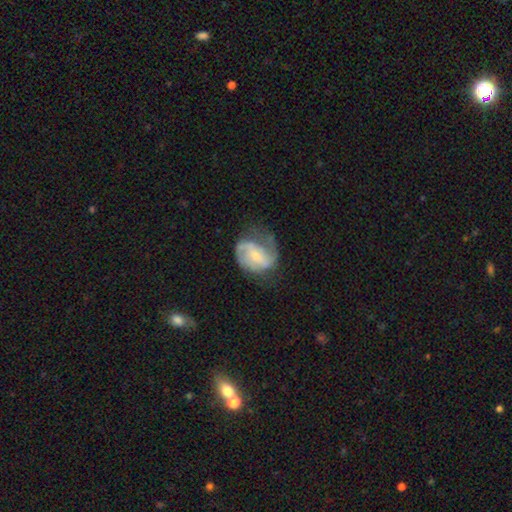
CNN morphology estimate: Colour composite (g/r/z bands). It shows a featured or disk galaxy (76%) with a weak bar (47%), 2 (68%) medium (48%) spiral arms (92%) and a small central bulge (58%). Merging: none (51%).